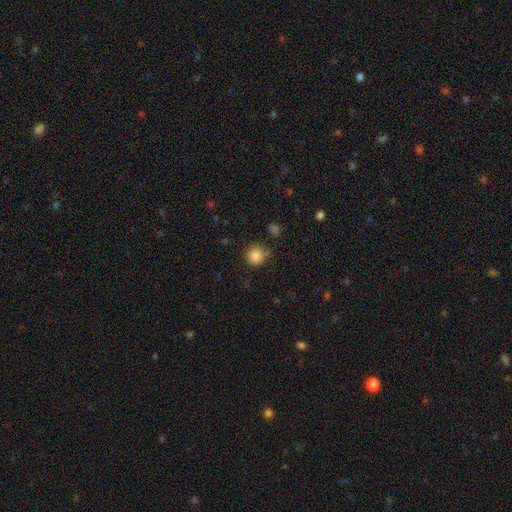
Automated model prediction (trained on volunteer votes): Overall: smooth (86%). How rounded: round (89%). Merging: none (70%).